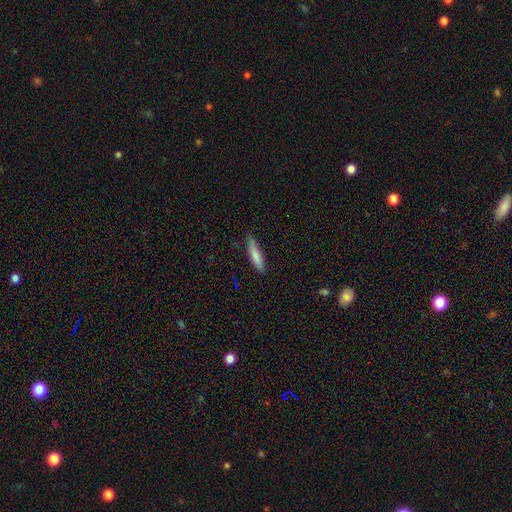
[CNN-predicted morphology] Smooth or featured? smooth (81%)
How rounded? cigar-shaped (75%)
Merging? none (79%)